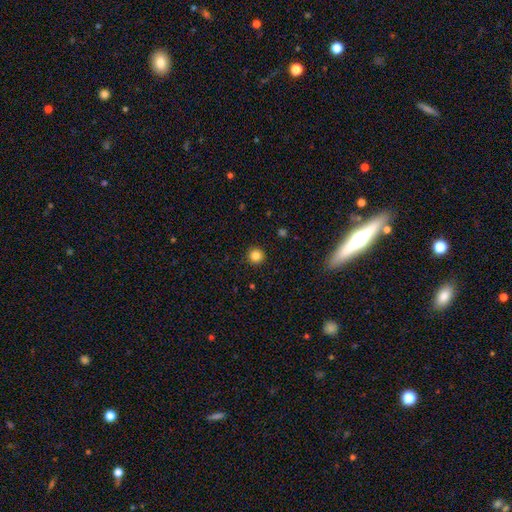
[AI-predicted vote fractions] A smooth galaxy with no disk features (84%) that is round (95%). Merging: none (93%).